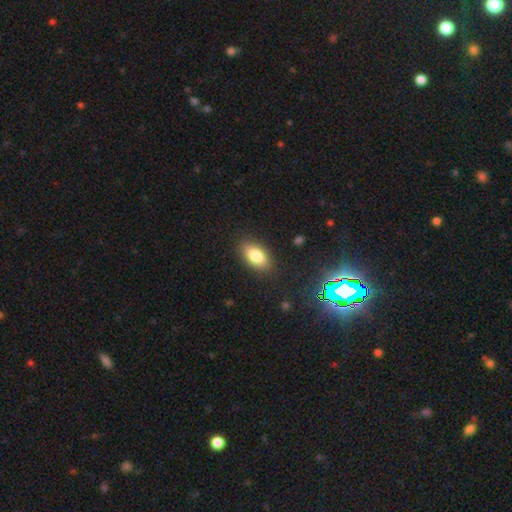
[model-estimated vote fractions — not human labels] This appears to be a smooth galaxy with no disk features (82%) that is in between round and cigar-shaped (91%). Merging: none (86%).